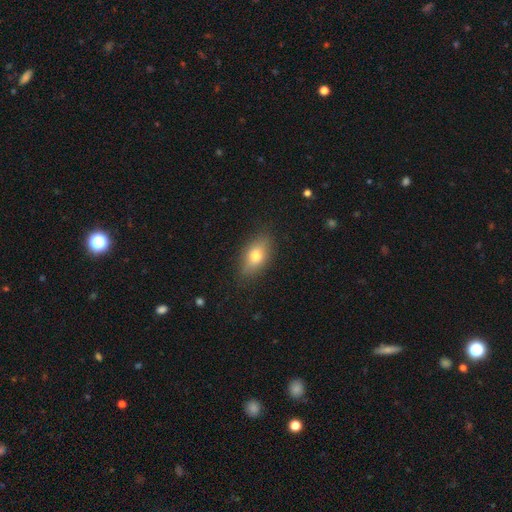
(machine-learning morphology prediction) A smooth galaxy with no disk features (72%) that is in between round and cigar-shaped (84%). Merging: none (83%).